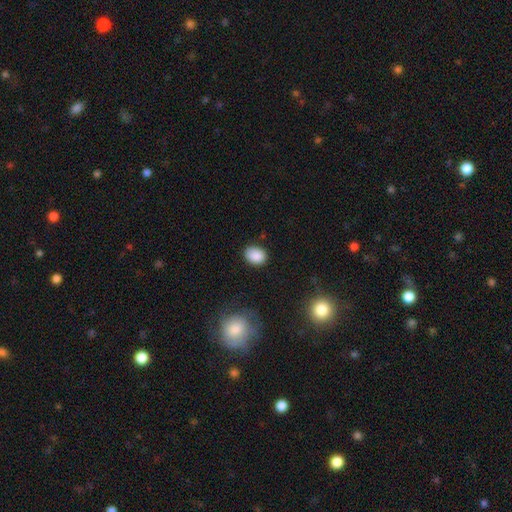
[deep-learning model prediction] smooth_or_featured: smooth (p=0.87) [alt: star or artifact p=0.09]
how_rounded: in between (p=0.61) [alt: round p=0.38]
merging: none (p=0.81) [alt: minor disturbance p=0.14]